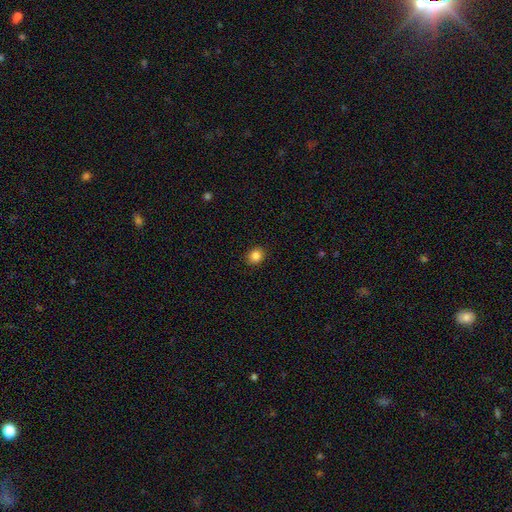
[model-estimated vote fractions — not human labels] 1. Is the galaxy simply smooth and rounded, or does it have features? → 85% smooth, 11% star or artifact, 4% featured or disk.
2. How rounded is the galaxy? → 78% round, 21% in between, 1% cigar-shaped.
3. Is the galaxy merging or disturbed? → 91% none, 7% minor disturbance, 2% major disturbance, 1% merger.